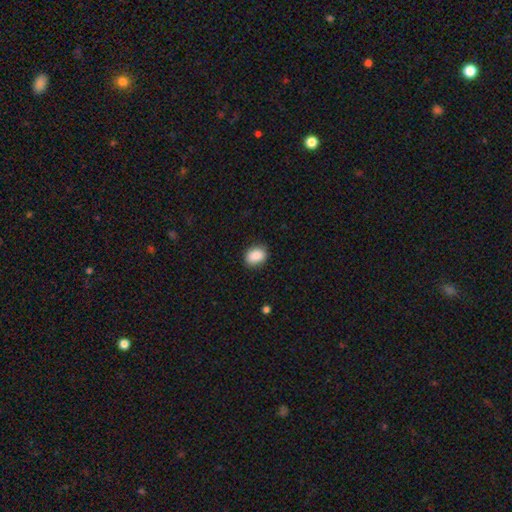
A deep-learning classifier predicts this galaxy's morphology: Smooth or featured: smooth — 87% (star or artifact — 8%)
How rounded: in between — 65% (round — 34%)
Merging: none — 86% (minor disturbance — 11%)